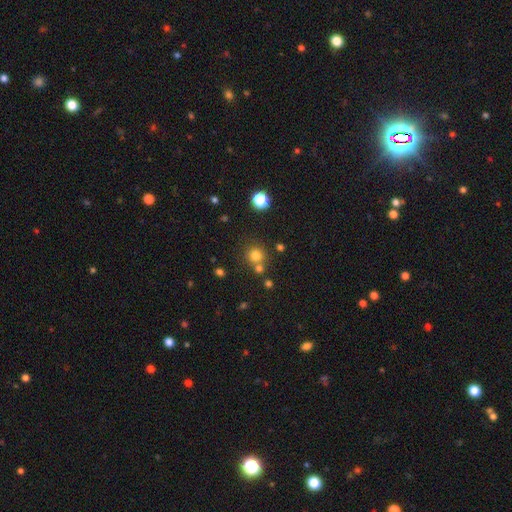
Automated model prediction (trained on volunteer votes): This is likely a smooth galaxy (76%). How rounded: clearly round (90%). Merging: likely none (66%).